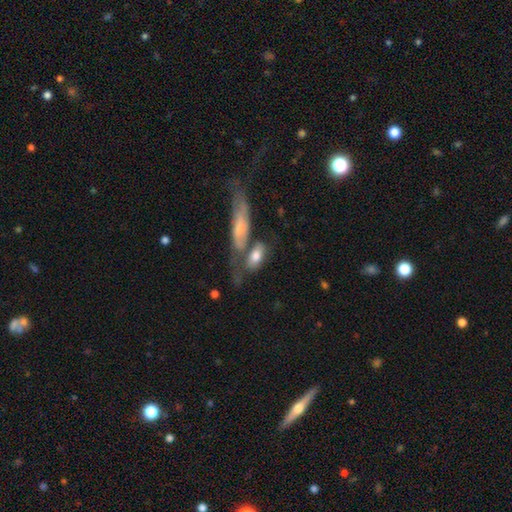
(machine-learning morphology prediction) Smooth or featured: smooth — 69% (featured or disk — 24%)
How rounded: in between — 74% (cigar-shaped — 20%)
Merging: merger — 38% (none — 36%)